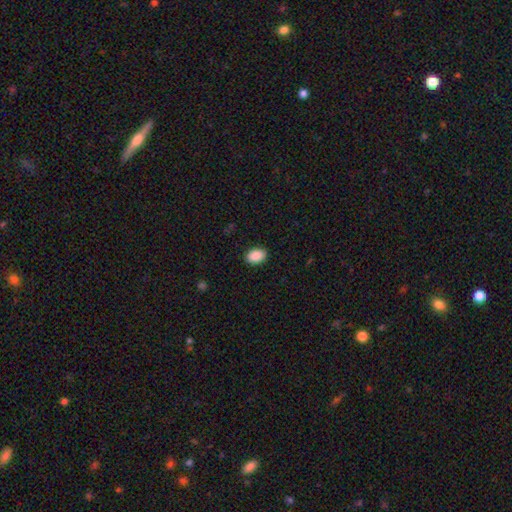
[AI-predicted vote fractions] This appears to be a smooth galaxy with no disk features (89%) that is in between round and cigar-shaped (87%). Merging: none (90%).